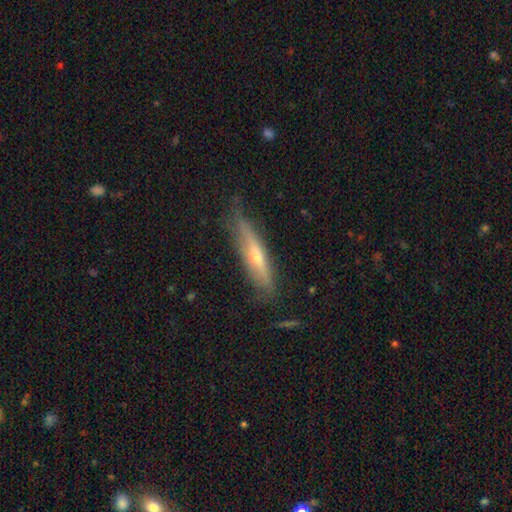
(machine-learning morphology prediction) A featured or disk galaxy (59%) viewed edge-on (89%) with a rounded central bulge (77%). Merging: none (76%).